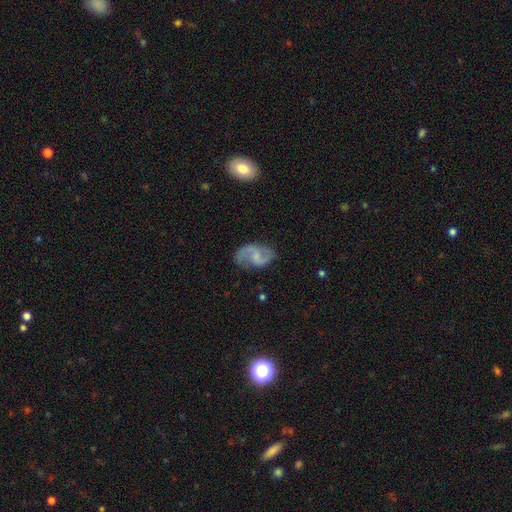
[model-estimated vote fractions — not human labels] smooth_or_featured: featured or disk (p=0.83) [alt: smooth p=0.11]
disk_edge_on: no (p=0.98) [alt: yes p=0.02]
bar: weak (p=0.51) [alt: no p=0.38]
has_spiral_arms: yes (p=0.95) [alt: no p=0.05]
spiral_winding: medium (p=0.45) [alt: loose p=0.44]
spiral_arm_count: 2 (p=0.91) [alt: can't tell p=0.03]
bulge_size: small (p=0.46) [alt: none p=0.31]
merging: none (p=0.75) [alt: minor disturbance p=0.17]